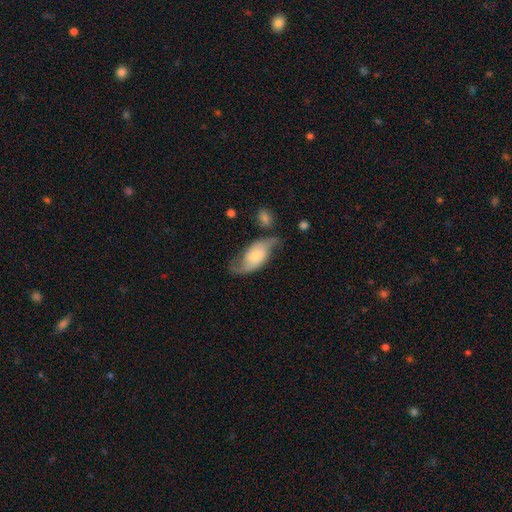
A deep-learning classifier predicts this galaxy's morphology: This is likely a featured or disk galaxy (72%). It is clearly not viewed edge-on (93%). Bar: likely no (62%). Spiral arm pattern: clearly yes (93%). Spiral arm count: clearly 2 (90%). Spiral winding: likely loose (63%). Central bulge: marginally small (40%). Merging: likely none (61%).